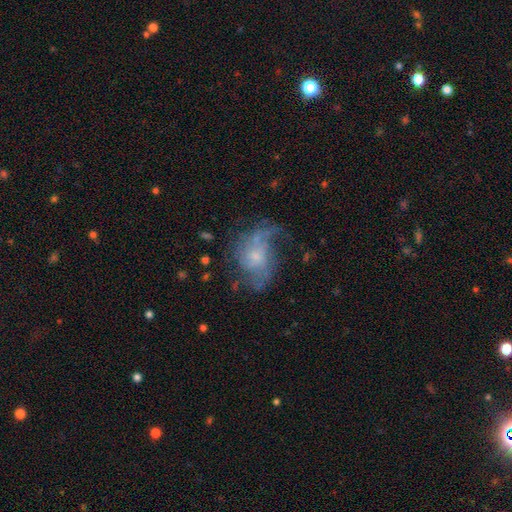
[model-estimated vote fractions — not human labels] This is likely a featured or disk galaxy (68%). It is clearly not viewed edge-on (97%). Bar: likely no (73%). Spiral arm pattern: clearly yes (81%). Spiral arm count: possibly 2 (50%). Spiral winding: possibly loose (49%). Central bulge: possibly small (59%). Merging: possibly none (47%).